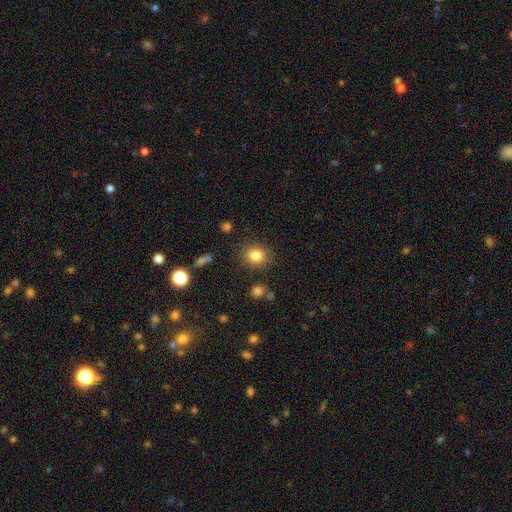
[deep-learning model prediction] Smooth or featured? Predicted: smooth (p=0.84). How rounded? Predicted: round (p=0.74). Merging? Predicted: none (p=0.85).